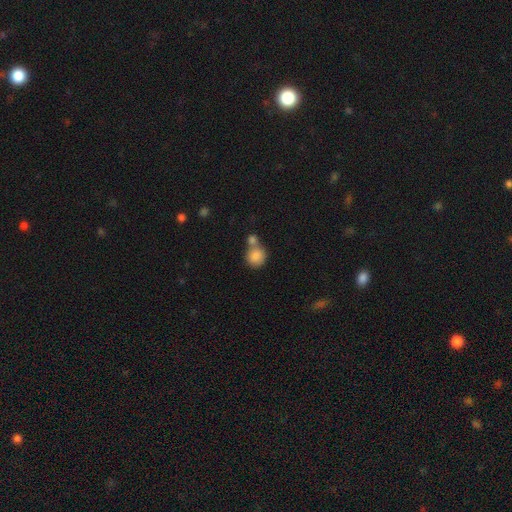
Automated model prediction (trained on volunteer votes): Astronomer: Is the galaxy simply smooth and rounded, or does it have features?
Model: smooth — 86%.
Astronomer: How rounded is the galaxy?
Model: round — 80%.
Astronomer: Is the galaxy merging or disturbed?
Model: merger — 44% (runner-up: none, 41%).